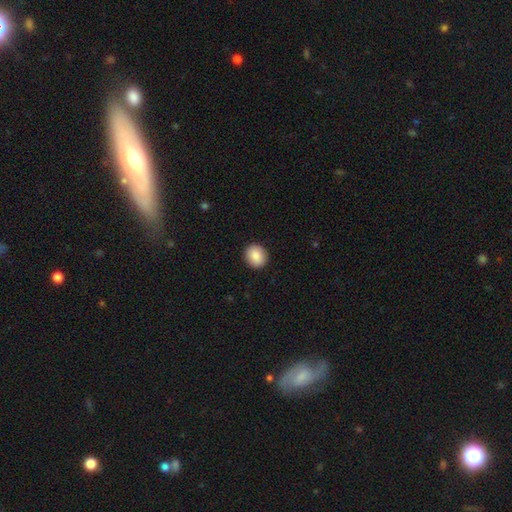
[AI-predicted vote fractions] smooth 87%, star or artifact 8%, featured or disk 5%. Down the decision tree: how rounded — round (80%); merging — none (92%).